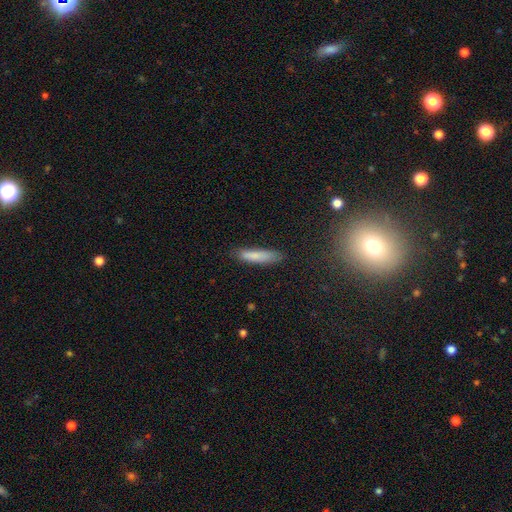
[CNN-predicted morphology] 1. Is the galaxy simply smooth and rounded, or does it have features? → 80% smooth, 13% featured or disk, 7% star or artifact.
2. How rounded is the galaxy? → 82% cigar-shaped, 16% in between, 1% round.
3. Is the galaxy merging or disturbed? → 79% none, 16% minor disturbance, 3% major disturbance, 2% merger.